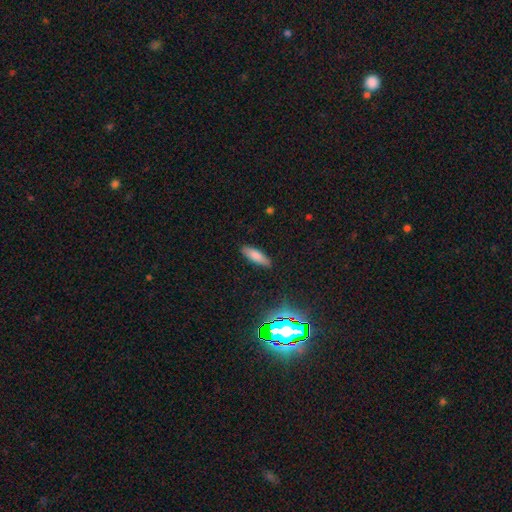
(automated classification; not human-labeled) A smooth galaxy with no disk features (77%) that is cigar-shaped (50%).

Vote fractions:
- Smooth or featured? smooth: 77% / featured or disk: 13% / star or artifact: 10%
- How rounded? cigar-shaped: 50% / in between: 48% / round: 2%
- Merging? none: 87% / minor disturbance: 10% / major disturbance: 2% / merger: 1%